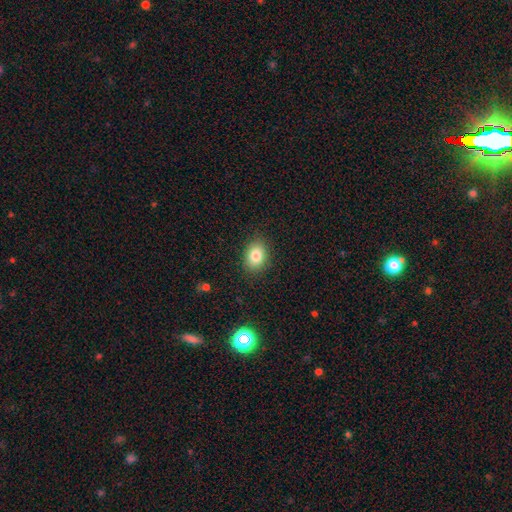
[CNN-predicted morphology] smooth_or_featured: smooth (p=0.83) [alt: star or artifact p=0.09]
how_rounded: in between (p=0.74) [alt: round p=0.25]
merging: none (p=0.87) [alt: minor disturbance p=0.09]